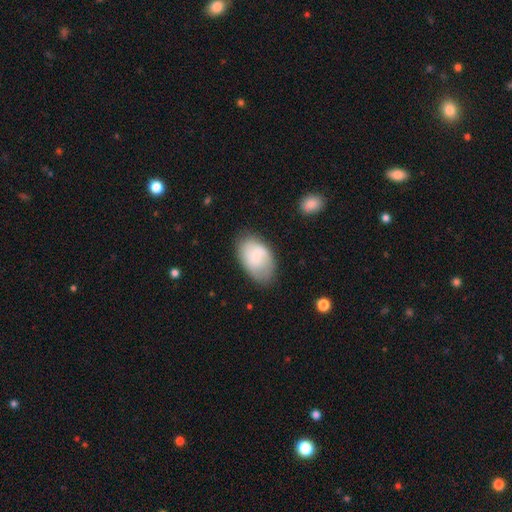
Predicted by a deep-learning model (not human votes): Smooth or featured? smooth (61%)
How rounded? in between (90%)
Merging? none (68%)